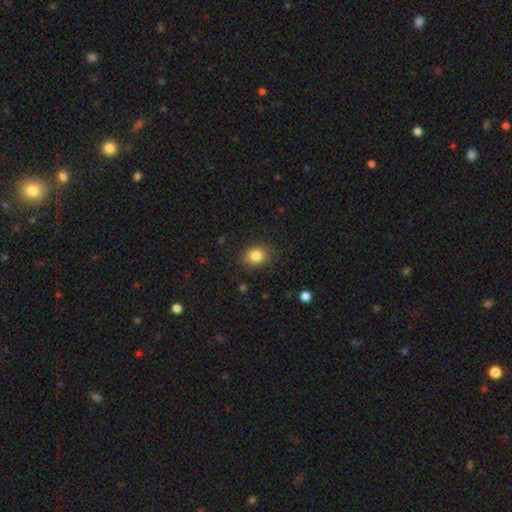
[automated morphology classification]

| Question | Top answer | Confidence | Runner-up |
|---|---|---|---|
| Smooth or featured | smooth | 83% | star or artifact (10%) |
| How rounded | round | 53% | in between (46%) |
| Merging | none | 82% | minor disturbance (13%) |